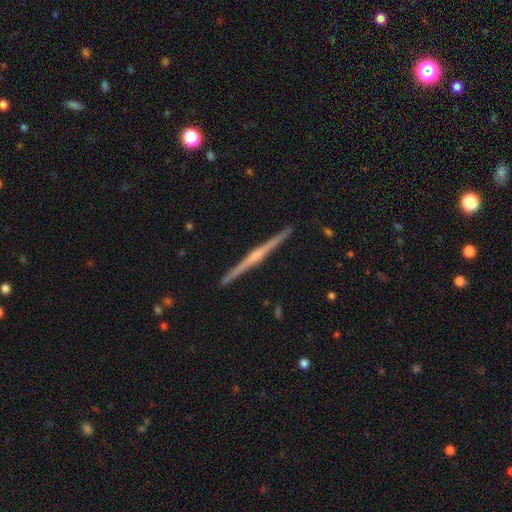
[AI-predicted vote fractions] Smooth or featured? featured or disk (85%)
Edge-on disk? yes (99%)
Edge-on bulge? rounded (74%)
Merging? none (93%)